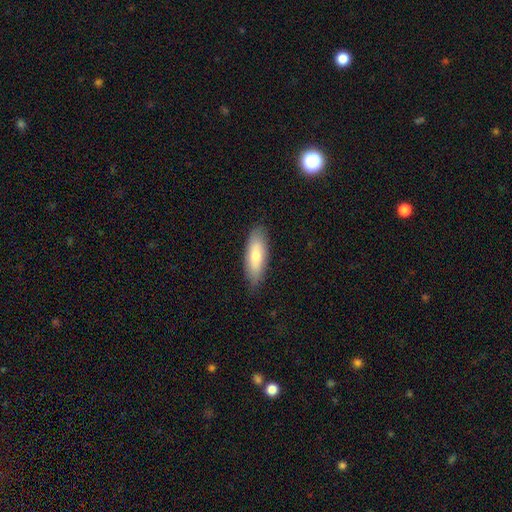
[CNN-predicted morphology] smooth-or-featured: smooth: 73% | featured or disk: 21% | star or artifact: 6%
  how-rounded: in between: 63% | cigar-shaped: 34% | round: 2%
  merging: none: 83% | minor disturbance: 13% | major disturbance: 3% | merger: 1%